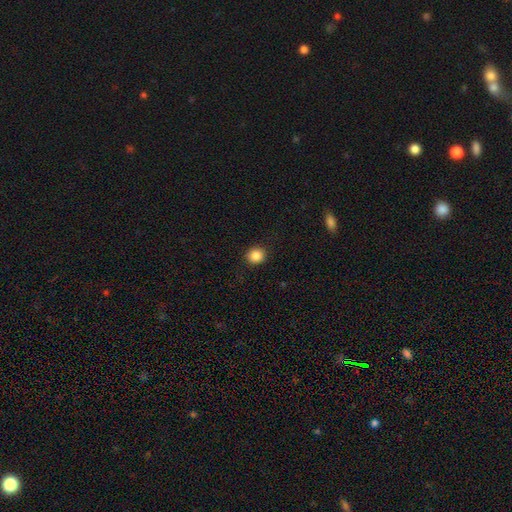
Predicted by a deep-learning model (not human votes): smooth 87%, star or artifact 10%, featured or disk 4%. Down the decision tree: how rounded — round (83%); merging — none (90%).